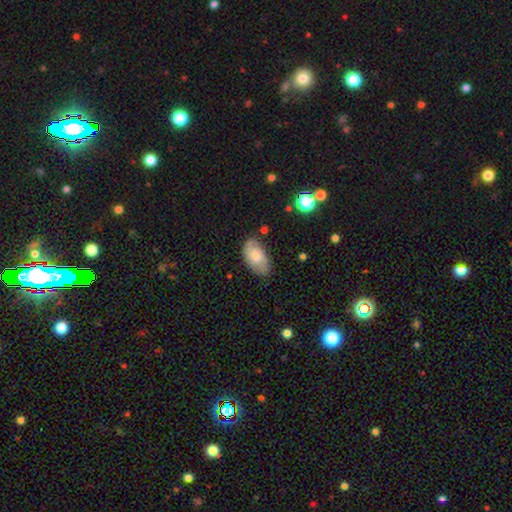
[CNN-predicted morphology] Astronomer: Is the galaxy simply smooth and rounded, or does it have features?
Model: smooth — 62%.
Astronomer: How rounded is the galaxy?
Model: in between — 94%.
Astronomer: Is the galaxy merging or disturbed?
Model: none — 69%.